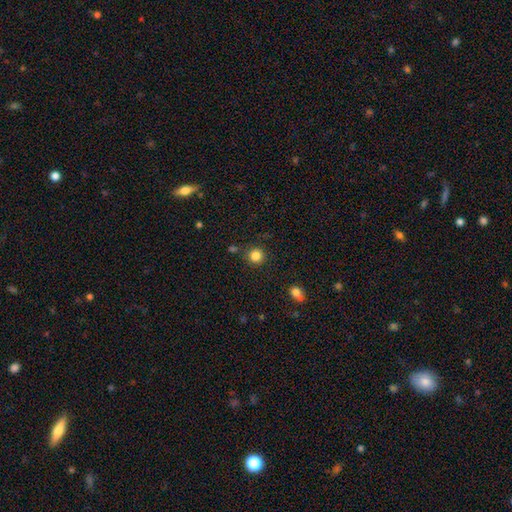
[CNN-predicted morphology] type=smooth (84%); roundness=round (93%); merging=none (85%).